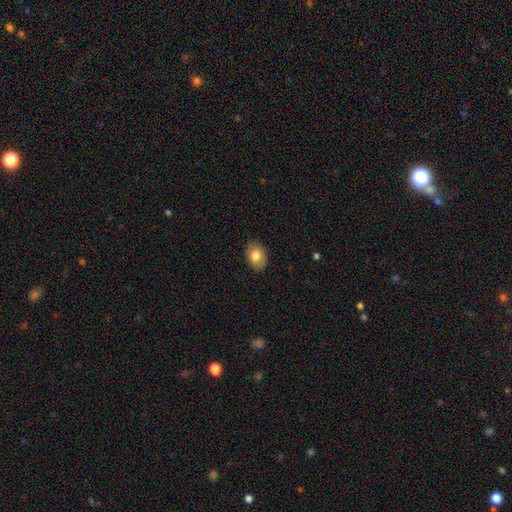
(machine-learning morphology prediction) Q: Smooth or featured?
A: smooth (81%); runner-up: featured or disk (12%)
Q: How rounded?
A: in between (79%); runner-up: round (20%)
Q: Merging?
A: none (86%); runner-up: minor disturbance (11%)